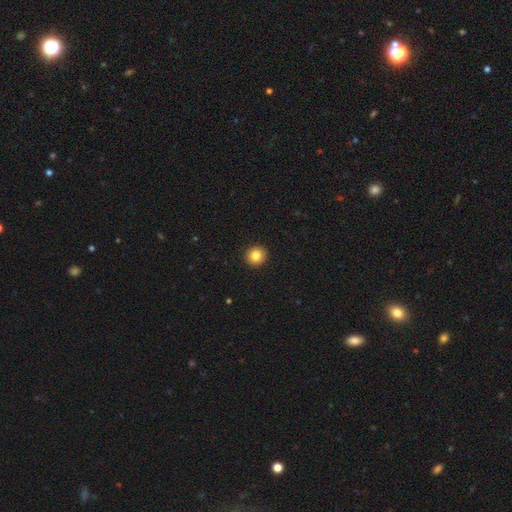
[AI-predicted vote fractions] Smooth or featured? Predicted: smooth (p=0.84). How rounded? Predicted: round (p=0.92). Merging? Predicted: none (p=0.94).